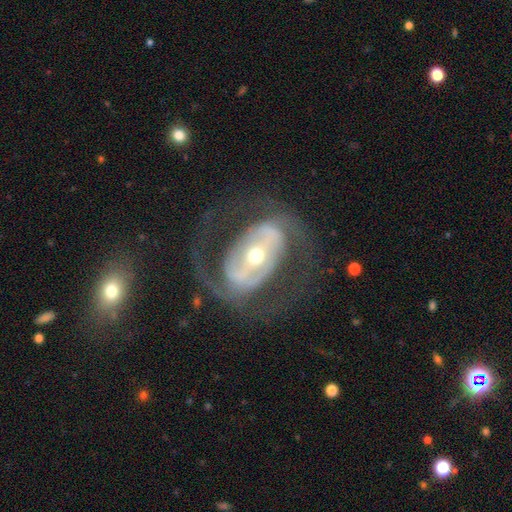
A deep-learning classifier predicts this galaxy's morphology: smooth_or_featured: featured or disk (p=0.85) [alt: smooth p=0.10]
disk_edge_on: no (p=0.95) [alt: yes p=0.05]
bar: strong (p=0.51) [alt: weak p=0.28]
has_spiral_arms: yes (p=0.76) [alt: no p=0.24]
spiral_winding: medium (p=0.46) [alt: tight p=0.28]
spiral_arm_count: 2 (p=0.82) [alt: can't tell p=0.09]
bulge_size: moderate (p=0.61) [alt: small p=0.31]
merging: none (p=0.66) [alt: major disturbance p=0.19]